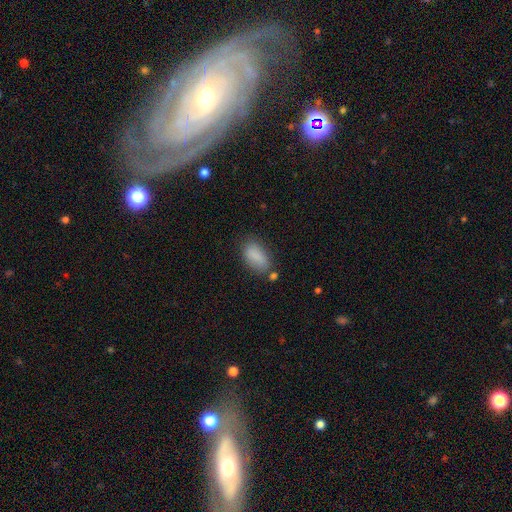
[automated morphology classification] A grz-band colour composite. It shows a smooth galaxy with no disk features (86%) that is in between round and cigar-shaped (89%). Merging: none (66%).